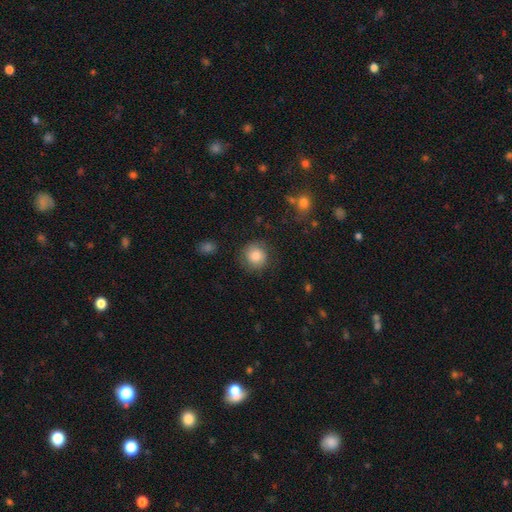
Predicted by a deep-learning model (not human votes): This appears to be a smooth galaxy with no disk features (79%) that is round (91%). Merging: none (80%).